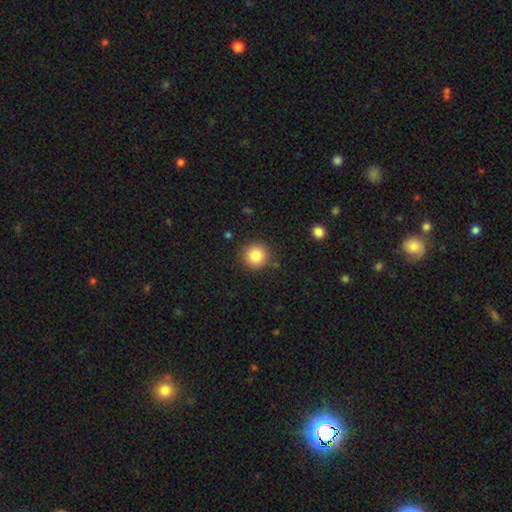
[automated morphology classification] type=smooth (84%); roundness=round (93%); merging=none (88%).